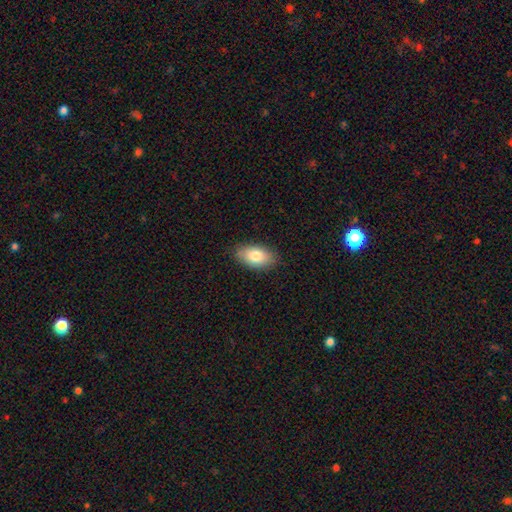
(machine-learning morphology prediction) type=smooth (81%); roundness=in between (93%); merging=none (86%).